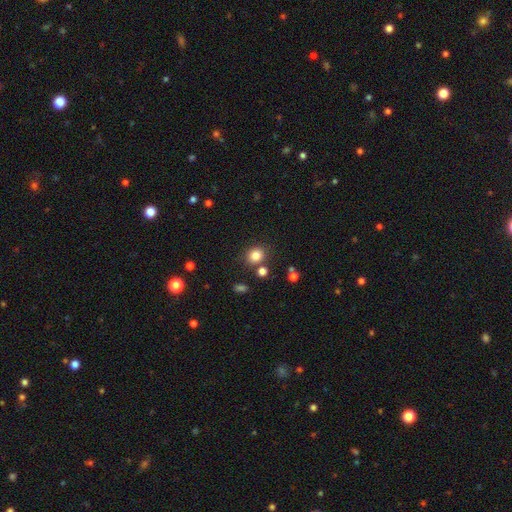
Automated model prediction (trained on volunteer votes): Smooth or featured: smooth — 82% (star or artifact — 12%)
How rounded: round — 74% (in between — 25%)
Merging: none — 78% (minor disturbance — 10%)